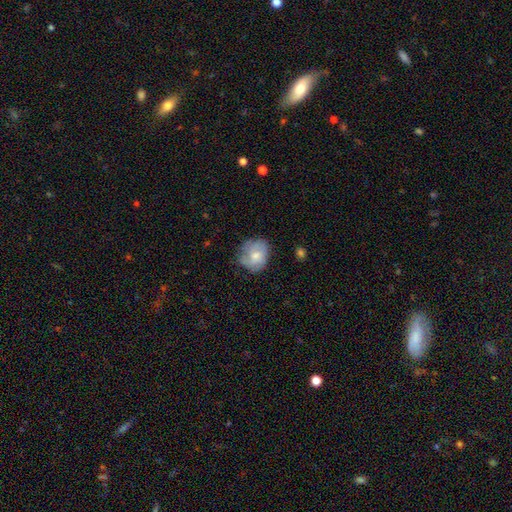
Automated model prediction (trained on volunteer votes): The model was most divided on "smooth or featured": smooth: 60%, featured or disk: 33%, star or artifact: 8%. More confident: how rounded — round (70%); merging — none (61%).